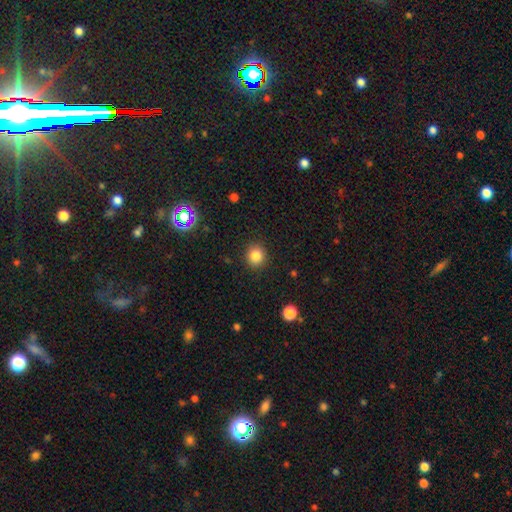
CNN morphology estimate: A smooth galaxy with no disk features (83%) that is round (85%). Merging: none (90%).